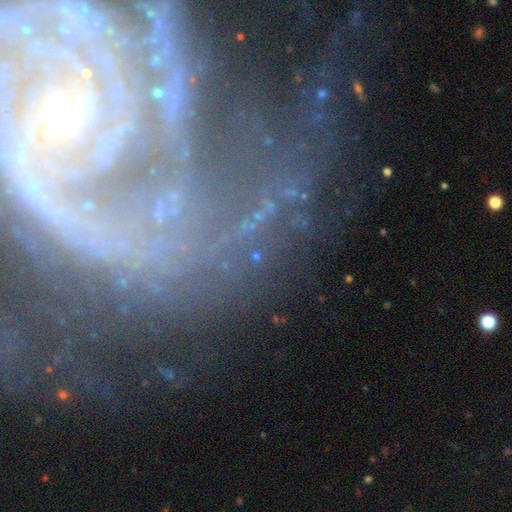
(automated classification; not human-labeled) smooth-or-featured: star or artifact: 43% | featured or disk: 38% | smooth: 19%